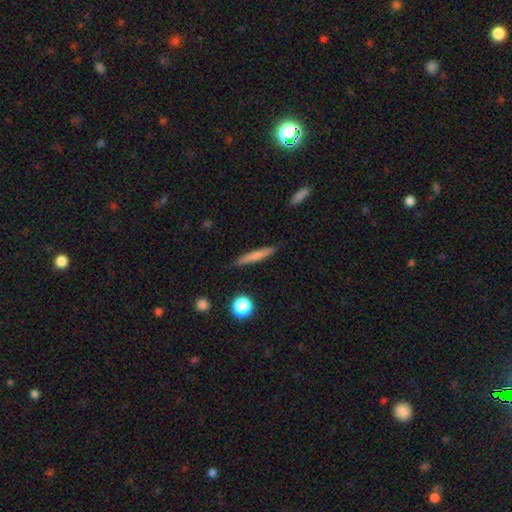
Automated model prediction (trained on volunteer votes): Morphology: type=smooth (70%); roundness=cigar-shaped (93%); merging=none (87%).